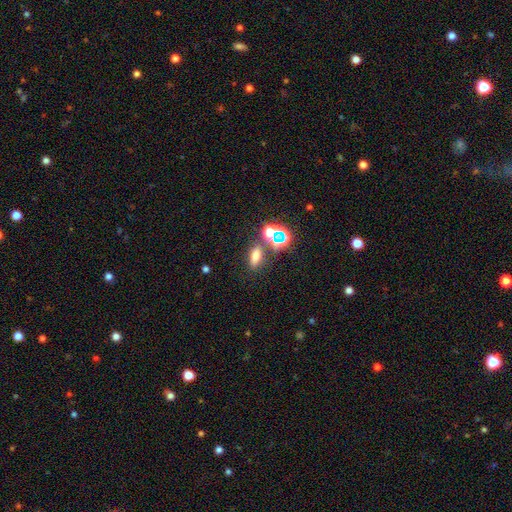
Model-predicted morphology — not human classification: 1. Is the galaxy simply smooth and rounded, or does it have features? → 61% smooth, 28% star or artifact, 11% featured or disk.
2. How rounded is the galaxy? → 60% in between, 24% round, 16% cigar-shaped.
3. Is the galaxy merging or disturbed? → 73% none, 13% merger, 10% minor disturbance, 4% major disturbance.